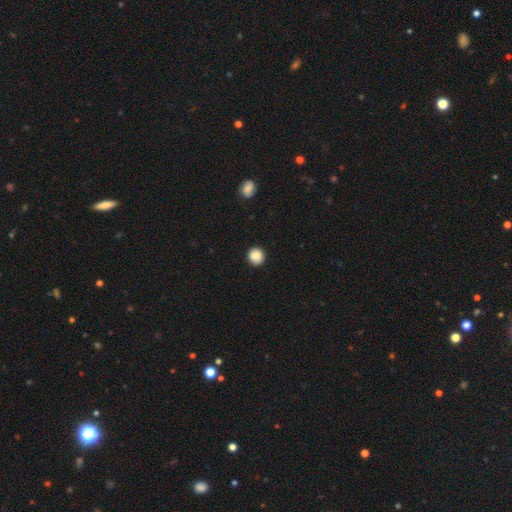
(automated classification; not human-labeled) Overall: smooth (86%). How rounded: round (91%). Merging: none (90%).